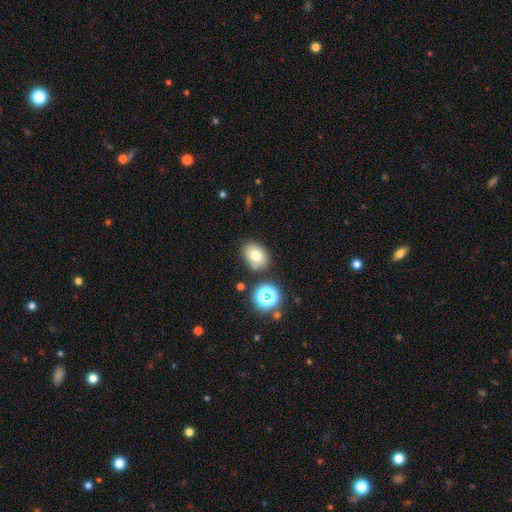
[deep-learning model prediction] Smooth or featured: smooth — 74% (star or artifact — 14%)
How rounded: in between — 63% (round — 36%)
Merging: none — 76% (minor disturbance — 13%)